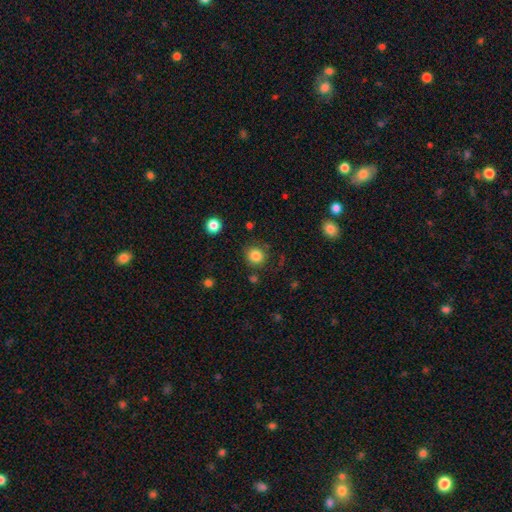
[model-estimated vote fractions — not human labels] Smooth or featured? Predicted: smooth (p=0.84). How rounded? Predicted: round (p=0.92). Merging? Predicted: none (p=0.84).